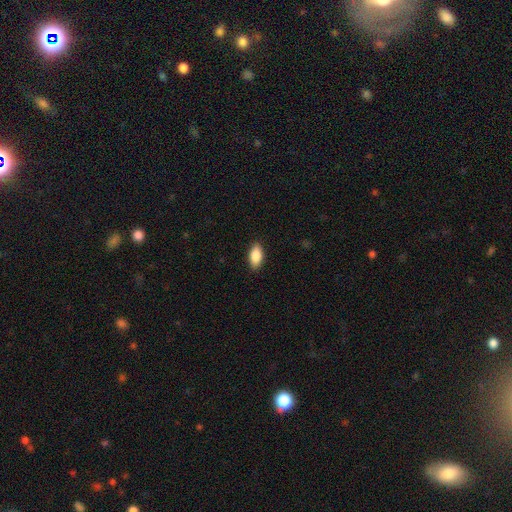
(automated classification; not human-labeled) Smooth or featured: smooth — 87% (star or artifact — 6%)
How rounded: in between — 91% (cigar-shaped — 6%)
Merging: none — 89% (minor disturbance — 8%)